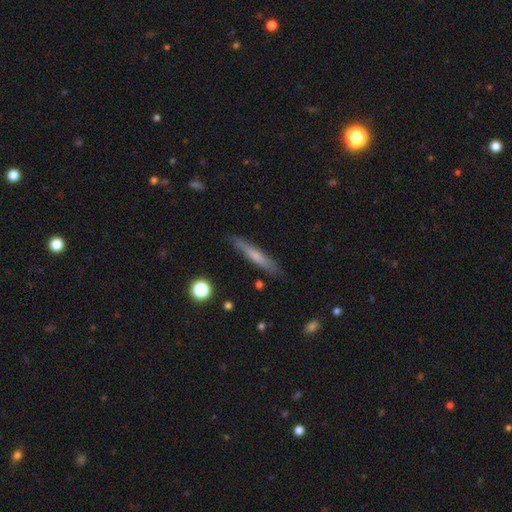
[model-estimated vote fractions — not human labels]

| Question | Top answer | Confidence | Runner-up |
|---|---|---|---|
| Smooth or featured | smooth | 55% | featured or disk (38%) |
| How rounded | cigar-shaped | 93% | in between (5%) |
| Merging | none | 86% | minor disturbance (10%) |